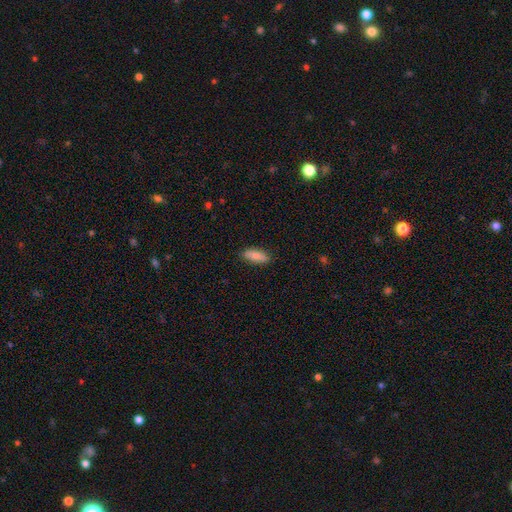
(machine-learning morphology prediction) Q: Smooth or featured?
A: smooth (82%); runner-up: featured or disk (11%)
Q: How rounded?
A: in between (75%); runner-up: cigar-shaped (23%)
Q: Merging?
A: none (88%); runner-up: minor disturbance (9%)